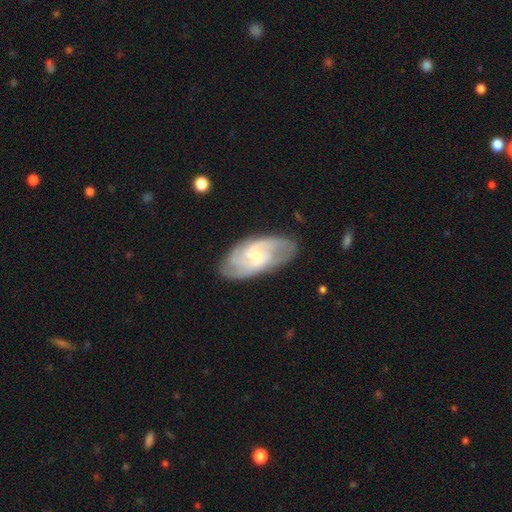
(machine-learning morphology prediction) Smooth or featured? Predicted: featured or disk (p=0.73). Edge-on disk? Predicted: no (p=0.94). Bar? Predicted: weak (p=0.49). Spiral arms? Predicted: yes (p=0.91). Spiral winding? Predicted: medium (p=0.44). Spiral arm count? Predicted: 2 (p=0.34). Bulge size? Predicted: small (p=0.57). Merging? Predicted: none (p=0.78).